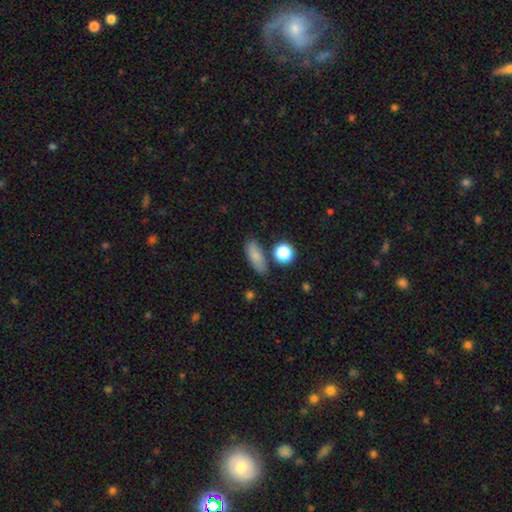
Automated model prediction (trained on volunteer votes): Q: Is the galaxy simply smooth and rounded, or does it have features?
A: smooth — 79%.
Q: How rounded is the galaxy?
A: in between — 69%.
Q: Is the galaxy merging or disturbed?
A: none — 76%.